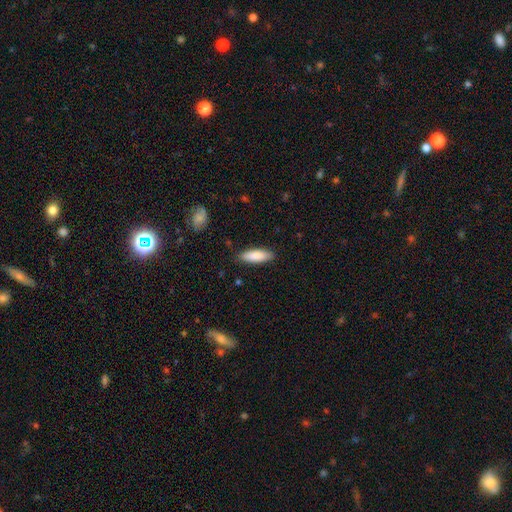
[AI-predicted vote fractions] A smooth galaxy with no disk features (85%) that is in between round and cigar-shaped (55%).

Vote fractions:
- Smooth or featured? smooth: 85% / featured or disk: 10% / star or artifact: 6%
- How rounded? in between: 55% / cigar-shaped: 44% / round: 2%
- Merging? none: 86% / minor disturbance: 11% / major disturbance: 2% / merger: 1%